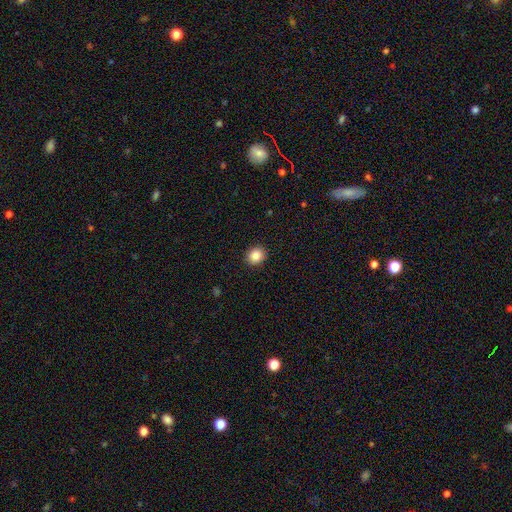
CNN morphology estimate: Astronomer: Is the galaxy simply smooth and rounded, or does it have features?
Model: smooth — 86%.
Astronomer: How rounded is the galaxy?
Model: round — 74%.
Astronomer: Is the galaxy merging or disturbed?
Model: none — 92%.